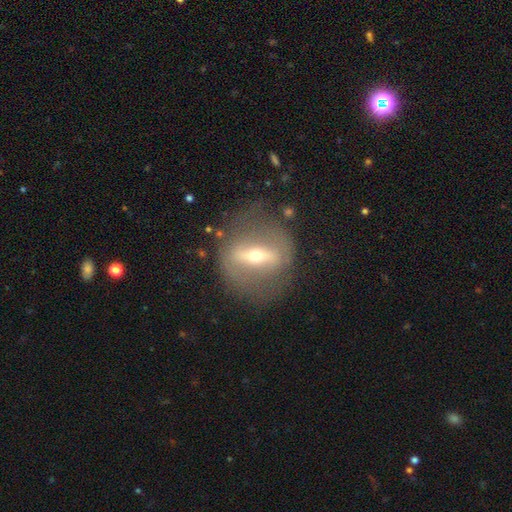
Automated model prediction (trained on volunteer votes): smooth-or-featured: featured or disk: 75% | smooth: 17% | star or artifact: 8%
  disk-edge-on: no: 68% | yes: 32%
    bar: strong: 78% | weak: 15% | no: 7%
    has-spiral-arms: no: 74% | yes: 26%
    bulge-size: moderate: 50% | small: 44% | large: 4% | dominant: 1% | none: 1%
  merging: none: 73% | minor disturbance: 14% | major disturbance: 11% | merger: 2%